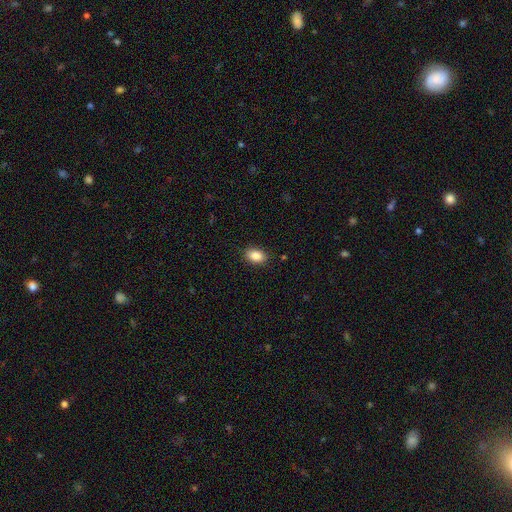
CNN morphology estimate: Smooth or featured? smooth (88%)
How rounded? in between (86%)
Merging? none (88%)